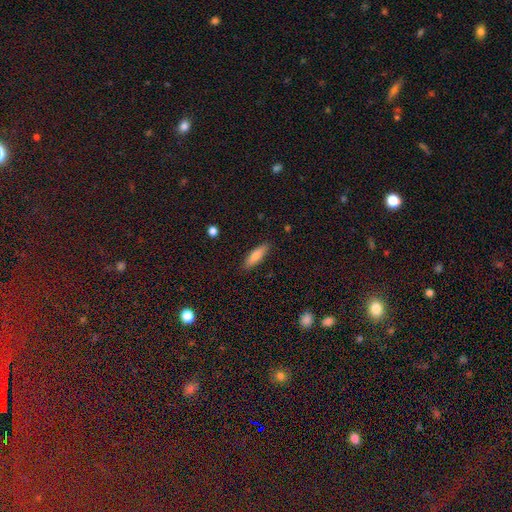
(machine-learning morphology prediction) smooth 76%, featured or disk 17%, star or artifact 7%. Down the decision tree: how rounded — cigar-shaped (62%); merging — none (88%).